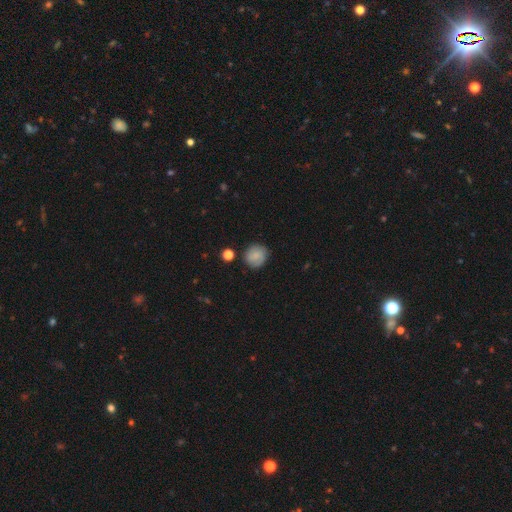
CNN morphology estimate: The model was most divided on "smooth or featured": smooth: 76%, featured or disk: 15%, star or artifact: 9%. More confident: how rounded — round (86%); merging — none (83%).